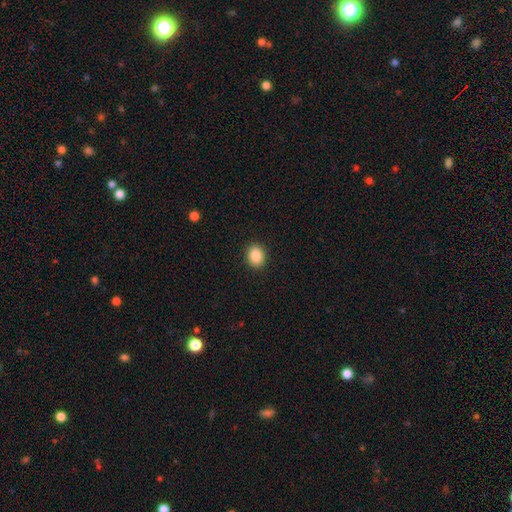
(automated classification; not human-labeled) A smooth galaxy with no disk features (87%) that is round (54%). Merging: none (91%).